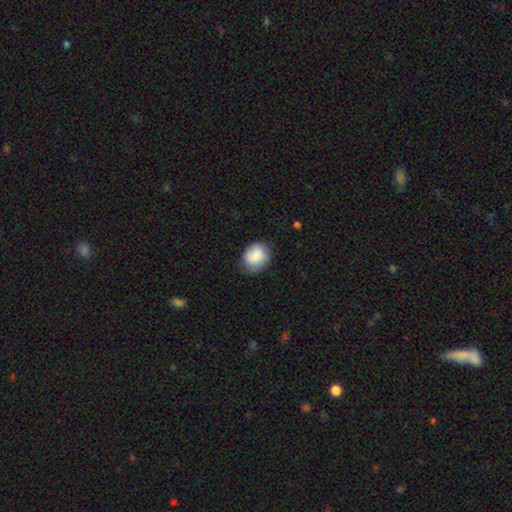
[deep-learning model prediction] The model was most divided on "how rounded": round: 52%, in between: 48%, cigar-shaped: 1%. More confident: smooth or featured — smooth (79%); merging — none (62%).